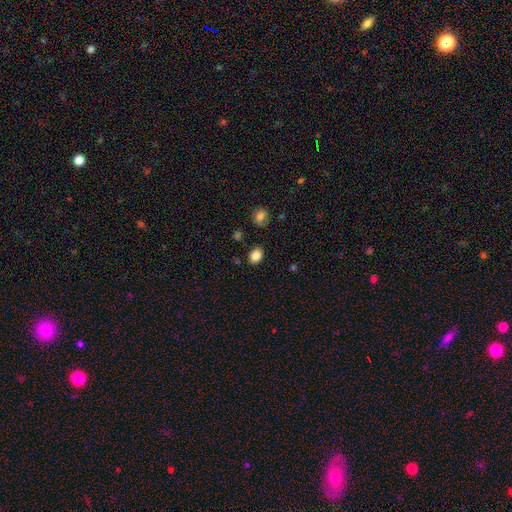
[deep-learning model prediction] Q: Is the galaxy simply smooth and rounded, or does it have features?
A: smooth — 85%.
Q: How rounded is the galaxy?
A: in between — 61%.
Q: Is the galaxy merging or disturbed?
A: none — 84%.